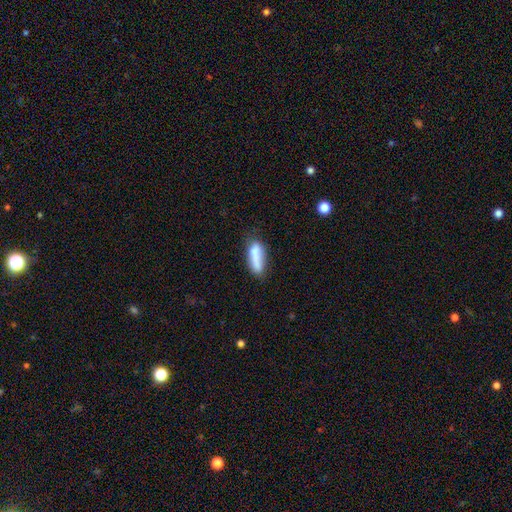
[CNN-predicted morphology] This is likely a smooth galaxy (77%). How rounded: possibly in between (54%). Merging: possibly none (55%).